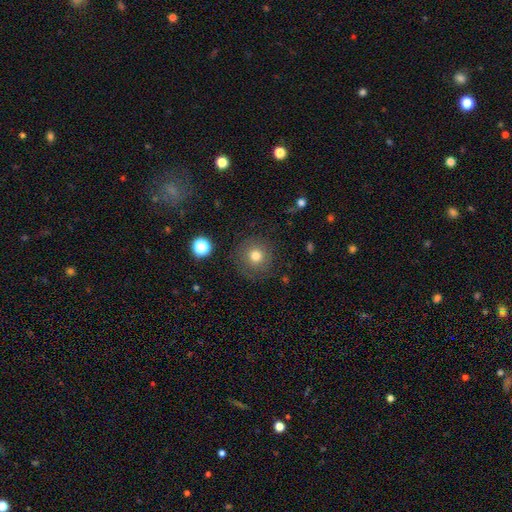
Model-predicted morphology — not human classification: This appears to be a smooth galaxy with no disk features (76%) that is round (94%). Merging: none (84%).